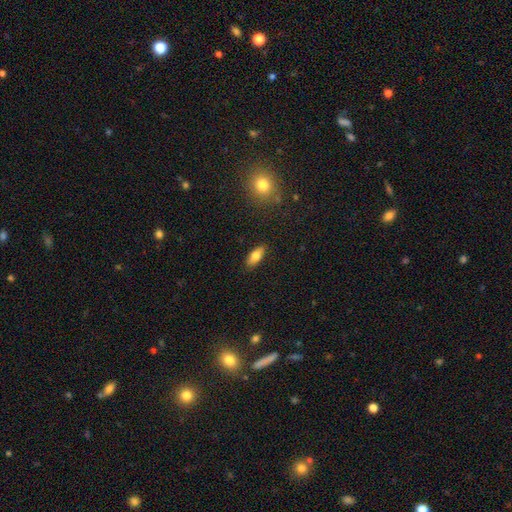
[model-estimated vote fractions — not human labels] This appears to be a smooth galaxy with no disk features (77%) that is in between round and cigar-shaped (82%). Merging: none (87%).